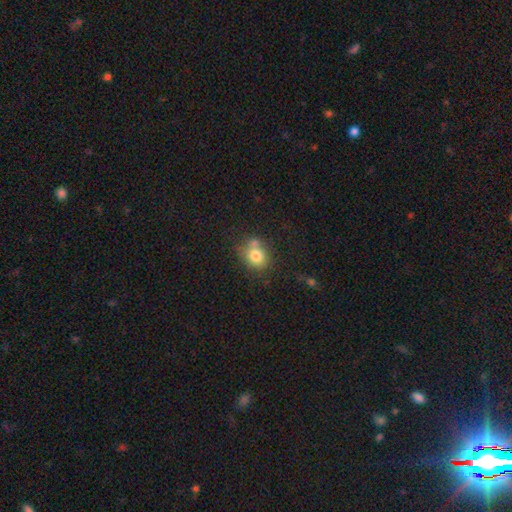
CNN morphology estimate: smooth_or_featured: smooth (p=0.78) [alt: featured or disk p=0.12]
how_rounded: round (p=0.65) [alt: in between p=0.34]
merging: none (p=0.57) [alt: merger p=0.21]